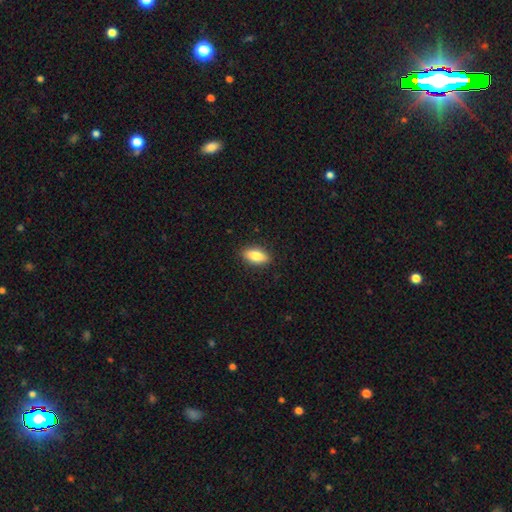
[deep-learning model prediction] Smooth or featured?
  - smooth: 84% *
  - featured or disk: 9%
  - star or artifact: 7%
How rounded?
  - in between: 86% *
  - cigar-shaped: 11%
  - round: 3%
Merging?
  - none: 89% *
  - minor disturbance: 8%
  - major disturbance: 2%
  - merger: 1%